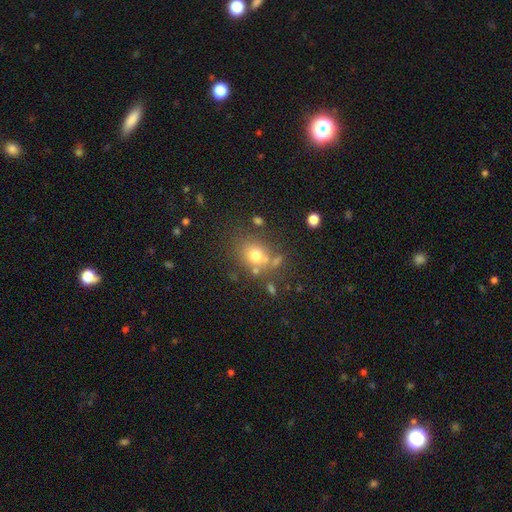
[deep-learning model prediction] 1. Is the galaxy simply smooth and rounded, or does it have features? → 69% smooth, 17% star or artifact, 14% featured or disk.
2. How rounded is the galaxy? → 64% round, 35% in between, 1% cigar-shaped.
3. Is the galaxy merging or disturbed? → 64% none, 15% merger, 15% minor disturbance, 7% major disturbance.